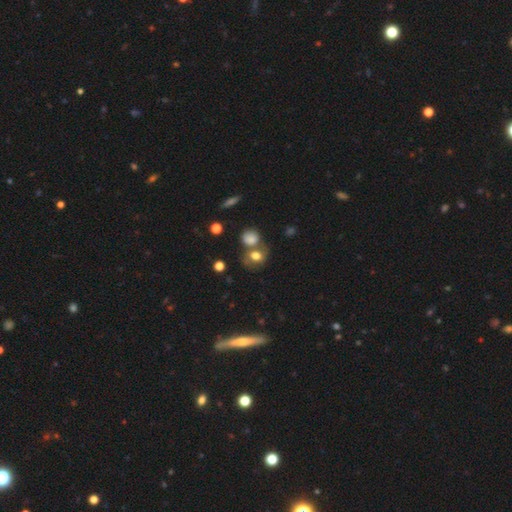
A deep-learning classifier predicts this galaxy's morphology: This is likely a smooth galaxy (71%). How rounded: possibly round (51%). Merging: possibly none (46%).